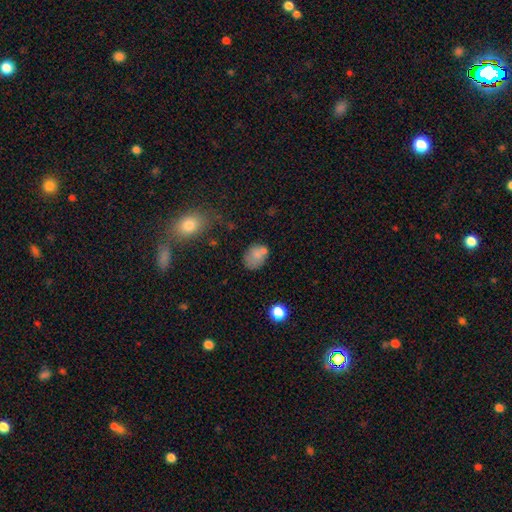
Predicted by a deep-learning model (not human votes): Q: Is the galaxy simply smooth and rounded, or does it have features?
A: smooth — 75%.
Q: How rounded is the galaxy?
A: in between — 64%.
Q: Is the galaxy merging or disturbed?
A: none — 52%.